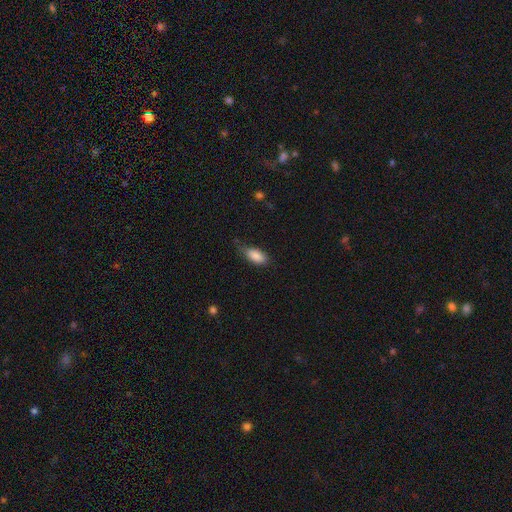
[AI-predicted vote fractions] This appears to be a smooth galaxy with no disk features (87%) that is in between round and cigar-shaped (88%). Merging: none (58%).